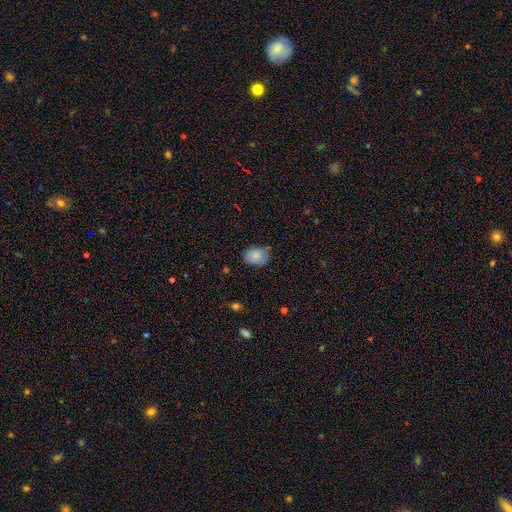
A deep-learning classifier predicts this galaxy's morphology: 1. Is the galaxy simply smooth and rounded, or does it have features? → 81% smooth, 10% featured or disk, 9% star or artifact.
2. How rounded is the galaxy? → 61% in between, 38% round, 1% cigar-shaped.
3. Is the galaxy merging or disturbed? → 59% none, 32% minor disturbance, 6% major disturbance, 3% merger.